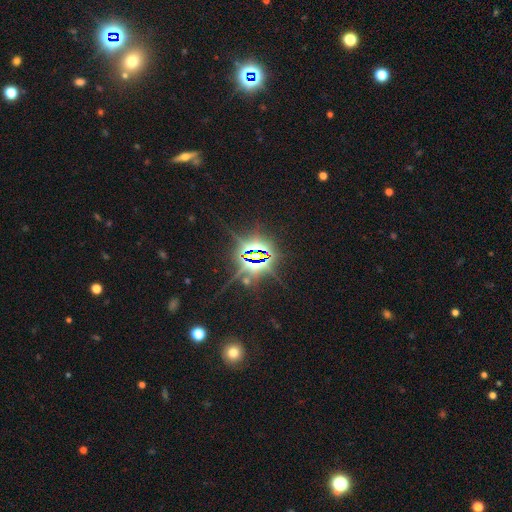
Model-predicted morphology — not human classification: type=star or artifact (85%).